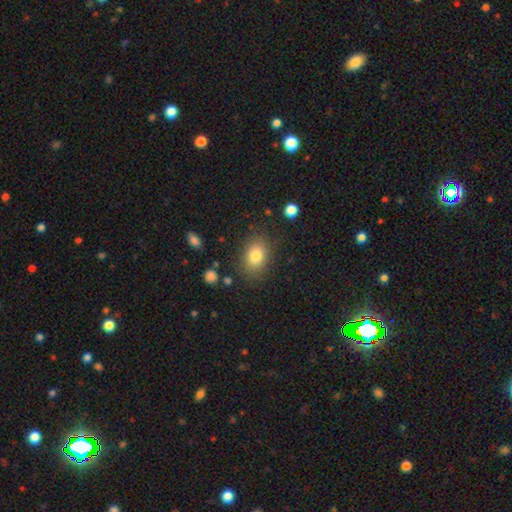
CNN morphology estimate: A smooth galaxy with no disk features (81%) that is in between round and cigar-shaped (74%). Merging: none (81%).